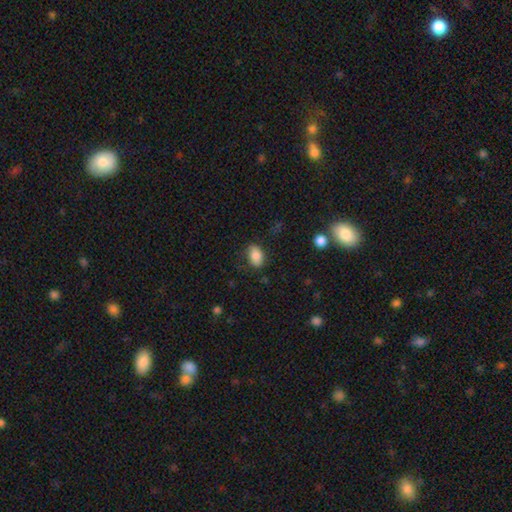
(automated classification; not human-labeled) A smooth galaxy with no disk features (85%) that is in between round and cigar-shaped (86%).

Vote fractions:
- Smooth or featured? smooth: 85% / star or artifact: 8% / featured or disk: 6%
- How rounded? in between: 86% / round: 13% / cigar-shaped: 1%
- Merging? none: 80% / minor disturbance: 15% / major disturbance: 4% / merger: 1%